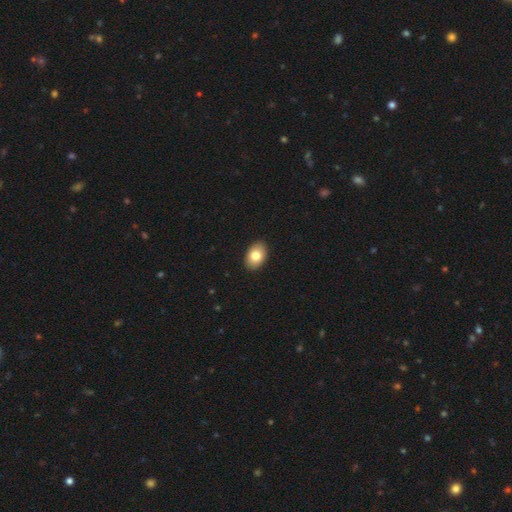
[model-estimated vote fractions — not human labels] smooth_or_featured: smooth (p=0.80) [alt: featured or disk p=0.12]
how_rounded: in between (p=0.87) [alt: round p=0.12]
merging: none (p=0.91) [alt: minor disturbance p=0.07]